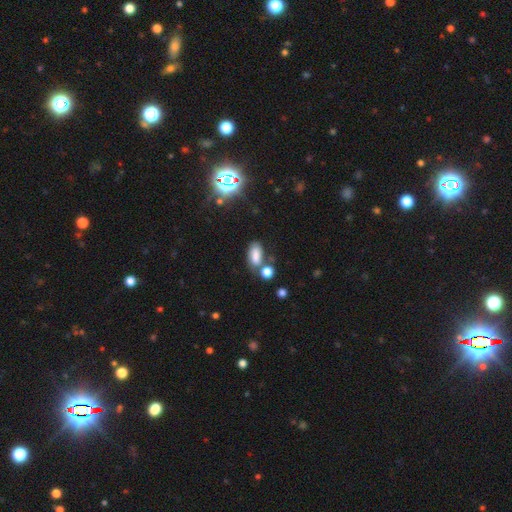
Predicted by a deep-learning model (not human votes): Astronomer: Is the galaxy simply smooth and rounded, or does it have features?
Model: smooth — 77%.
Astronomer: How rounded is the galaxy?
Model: in between — 88%.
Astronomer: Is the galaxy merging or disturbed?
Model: none — 52%.